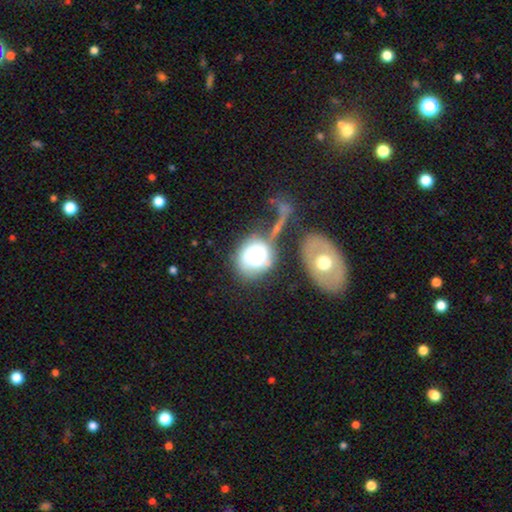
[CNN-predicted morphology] Smooth or featured? smooth (59%)
How rounded? round (67%)
Merging? none (36%)